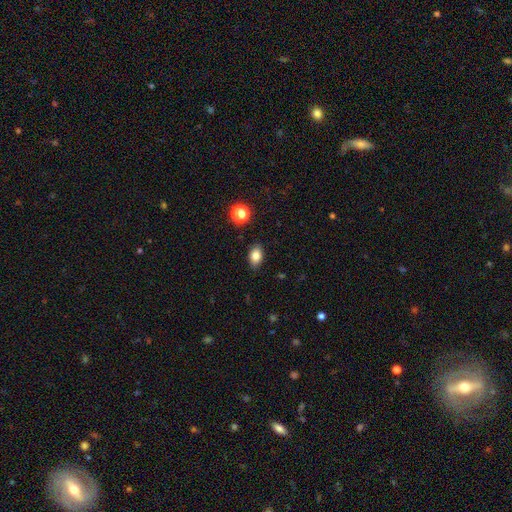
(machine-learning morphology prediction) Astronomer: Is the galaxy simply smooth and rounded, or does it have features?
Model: smooth — 83%.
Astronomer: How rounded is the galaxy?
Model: in between — 84%.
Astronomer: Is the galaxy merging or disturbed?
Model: none — 87%.